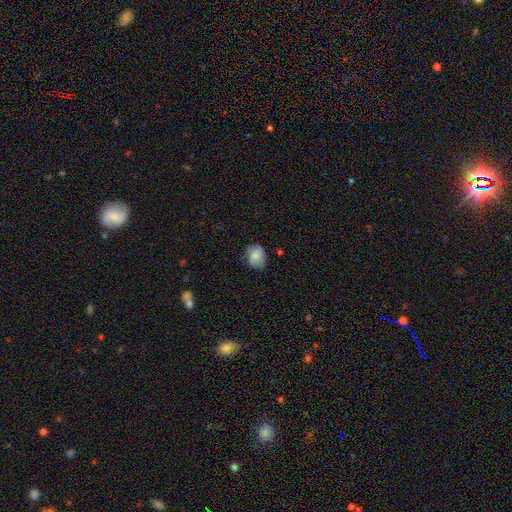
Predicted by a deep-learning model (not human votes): Smooth or featured?
  - smooth: 79% *
  - featured or disk: 13%
  - star or artifact: 8%
How rounded?
  - round: 50% *
  - in between: 49%
  - cigar-shaped: 1%
Merging?
  - none: 63% *
  - minor disturbance: 28%
  - major disturbance: 7%
  - merger: 2%